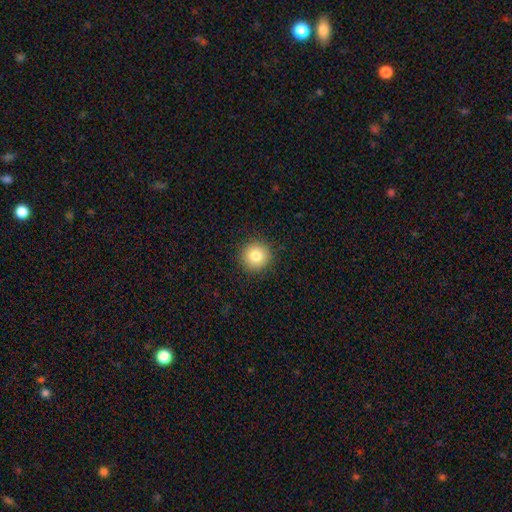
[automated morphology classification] A smooth galaxy with no disk features (80%) that is round (95%).

Vote fractions:
- Smooth or featured? smooth: 80% / star or artifact: 11% / featured or disk: 9%
- How rounded? round: 95% / in between: 4% / cigar-shaped: 1%
- Merging? none: 92% / minor disturbance: 6% / major disturbance: 2% / merger: 1%